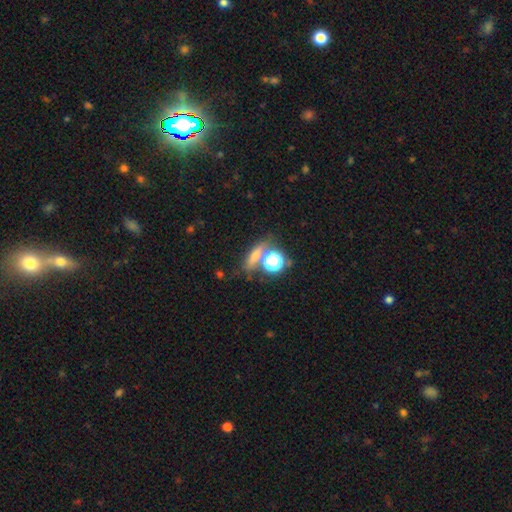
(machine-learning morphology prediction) smooth_or_featured: smooth (p=0.55) [alt: star or artifact p=0.24]
how_rounded: cigar-shaped (p=0.38) [alt: round p=0.34]
merging: none (p=0.65) [alt: merger p=0.18]